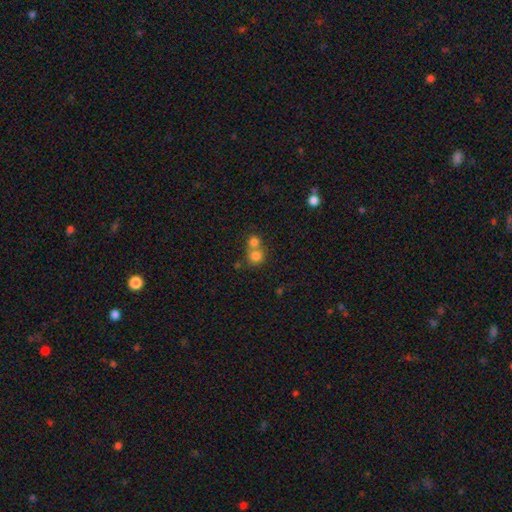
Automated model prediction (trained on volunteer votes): Smooth or featured? Predicted: smooth (p=0.78). How rounded? Predicted: round (p=0.87). Merging? Predicted: merger (p=0.52).